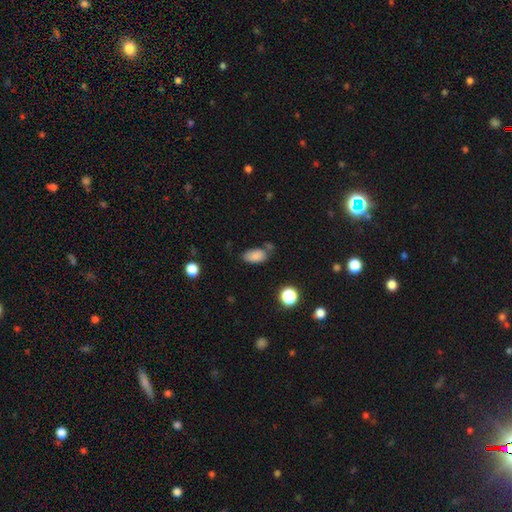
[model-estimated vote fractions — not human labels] Overall: smooth (84%). How rounded: in between (92%). Merging: none (64%).